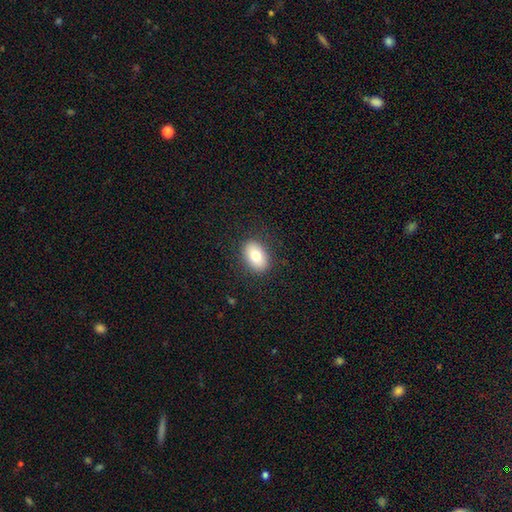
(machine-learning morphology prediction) A smooth galaxy with no disk features (80%) that is in between round and cigar-shaped (87%).

Vote fractions:
- Smooth or featured? smooth: 80% / featured or disk: 12% / star or artifact: 8%
- How rounded? in between: 87% / round: 12% / cigar-shaped: 1%
- Merging? none: 86% / minor disturbance: 10% / major disturbance: 3% / merger: 1%